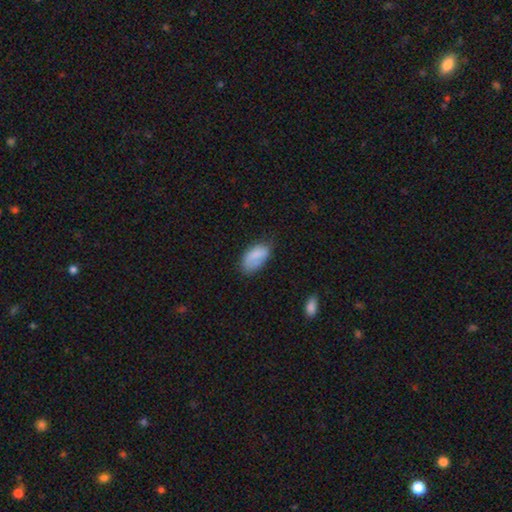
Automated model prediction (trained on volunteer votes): smooth 81%, featured or disk 11%, star or artifact 8%. Down the decision tree: how rounded — in between (94%); merging — none (55%).